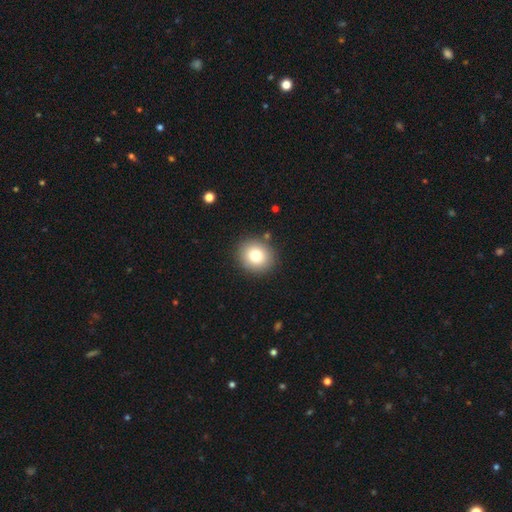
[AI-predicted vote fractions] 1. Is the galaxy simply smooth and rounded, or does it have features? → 78% smooth, 11% featured or disk, 11% star or artifact.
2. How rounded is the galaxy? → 84% round, 15% in between, 1% cigar-shaped.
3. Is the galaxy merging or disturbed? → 88% none, 7% minor disturbance, 2% major disturbance, 2% merger.